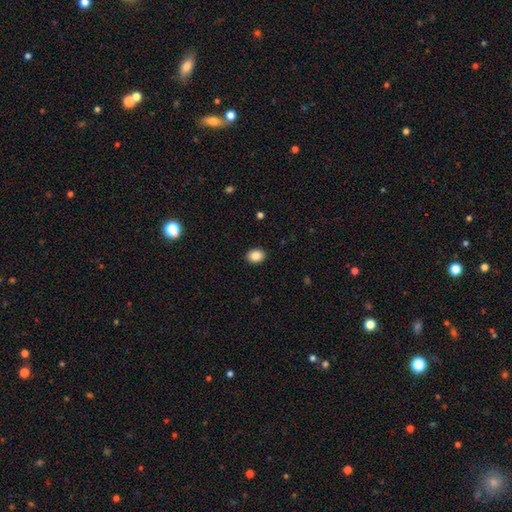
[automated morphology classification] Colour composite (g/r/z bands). It shows a smooth galaxy with no disk features (87%) that is in between round and cigar-shaped (59%). Merging: none (91%).